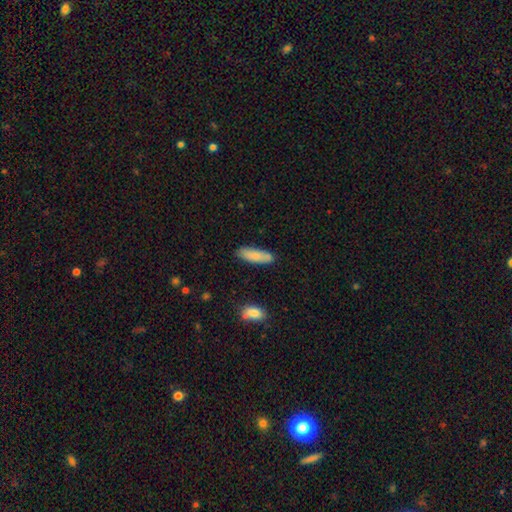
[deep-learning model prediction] This is clearly a smooth galaxy (83%). How rounded: possibly cigar-shaped (50%). Merging: clearly none (83%).